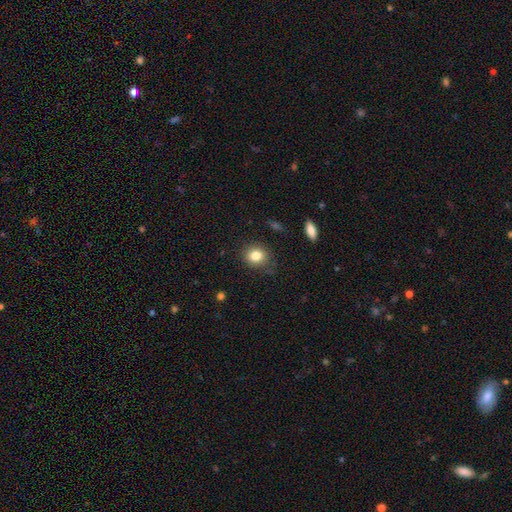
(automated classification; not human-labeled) smooth_or_featured: smooth (p=0.82) [alt: star or artifact p=0.11]
how_rounded: round (p=0.73) [alt: in between p=0.26]
merging: none (p=0.83) [alt: minor disturbance p=0.12]